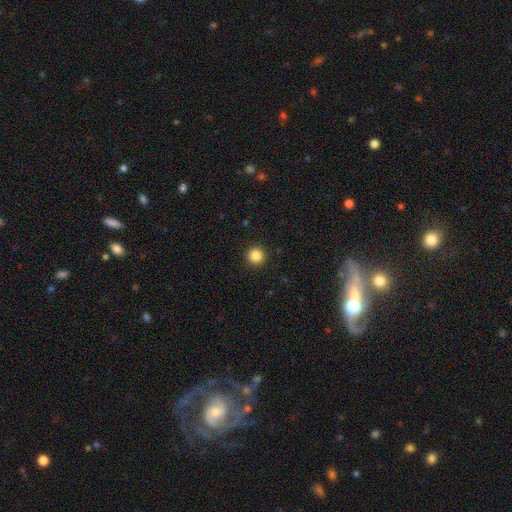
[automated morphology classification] smooth_or_featured: smooth (p=0.85) [alt: star or artifact p=0.11]
how_rounded: round (p=0.96) [alt: in between p=0.03]
merging: none (p=0.93) [alt: minor disturbance p=0.04]